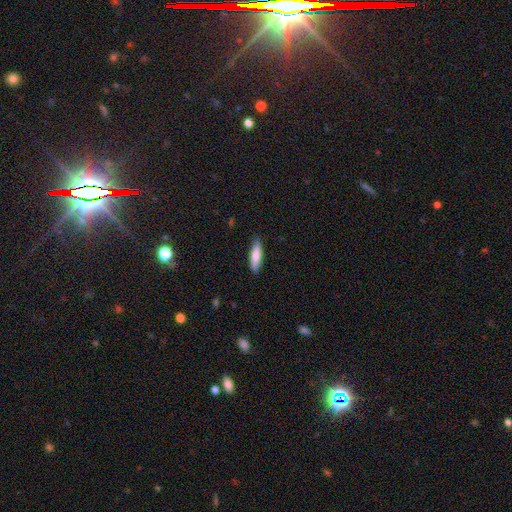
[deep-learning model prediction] A smooth galaxy with no disk features (78%) that is cigar-shaped (62%).

Vote fractions:
- Smooth or featured? smooth: 78% / featured or disk: 16% / star or artifact: 5%
- How rounded? cigar-shaped: 62% / in between: 36% / round: 2%
- Merging? none: 88% / minor disturbance: 9% / major disturbance: 2% / merger: 1%